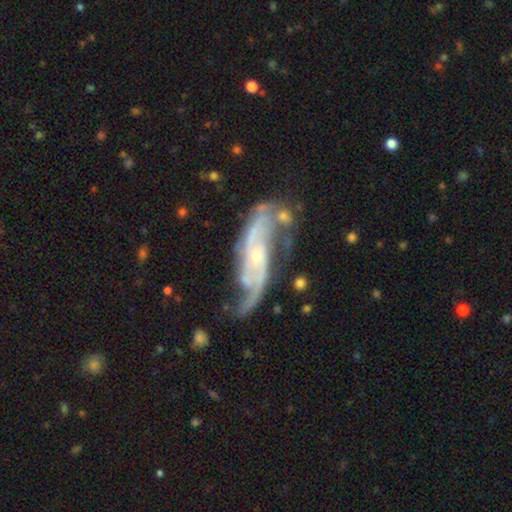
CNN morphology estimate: This appears to be a featured or disk galaxy (88%) with no bar (55%), 2 (72%) medium (45%) spiral arms (96%) and a small central bulge (72%). Merging: none (54%).